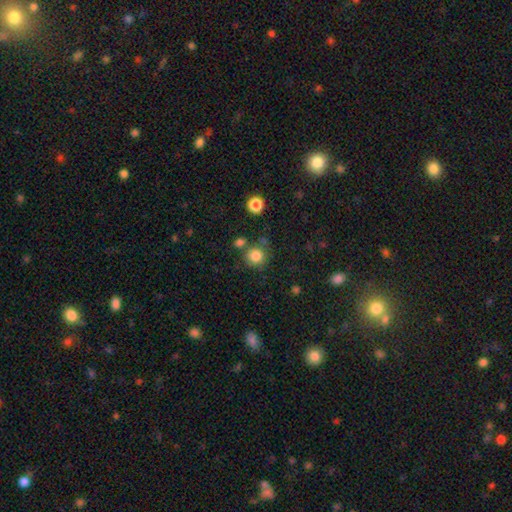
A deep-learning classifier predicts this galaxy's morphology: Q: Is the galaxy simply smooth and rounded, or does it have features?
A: smooth — 83%.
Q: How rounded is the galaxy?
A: round — 91%.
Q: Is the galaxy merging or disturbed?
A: none — 73%.